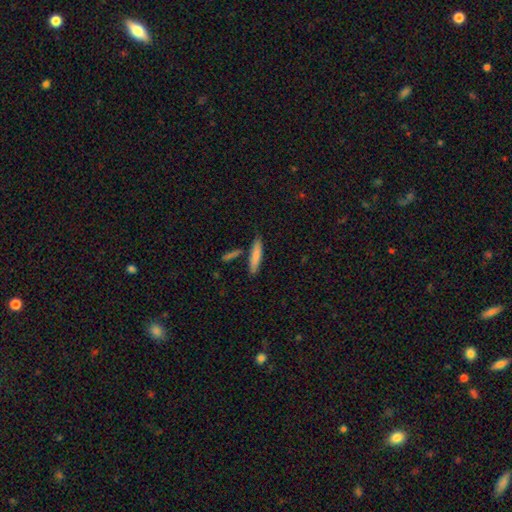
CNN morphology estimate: type=smooth (80%); roundness=cigar-shaped (84%); merging=none (78%).